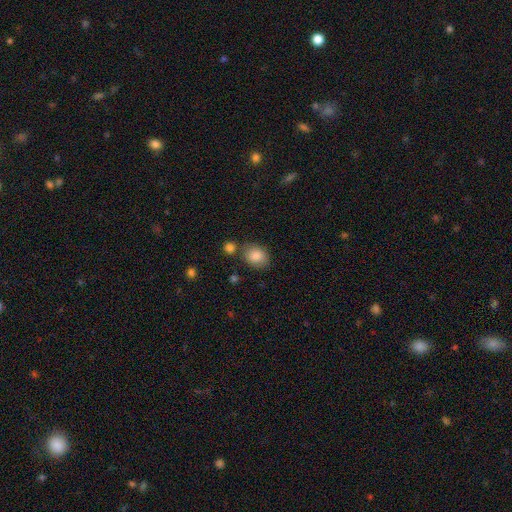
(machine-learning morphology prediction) A smooth galaxy with no disk features (84%) that is in between round and cigar-shaped (52%).

Vote fractions:
- Smooth or featured? smooth: 84% / star or artifact: 9% / featured or disk: 7%
- How rounded? in between: 52% / round: 47% / cigar-shaped: 1%
- Merging? none: 73% / minor disturbance: 14% / merger: 9% / major disturbance: 4%